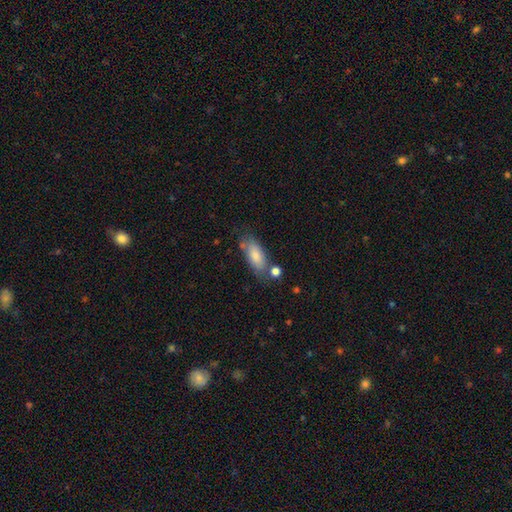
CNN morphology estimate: This appears to be a smooth galaxy with no disk features (81%) that is in between round and cigar-shaped (79%). Merging: none (64%).